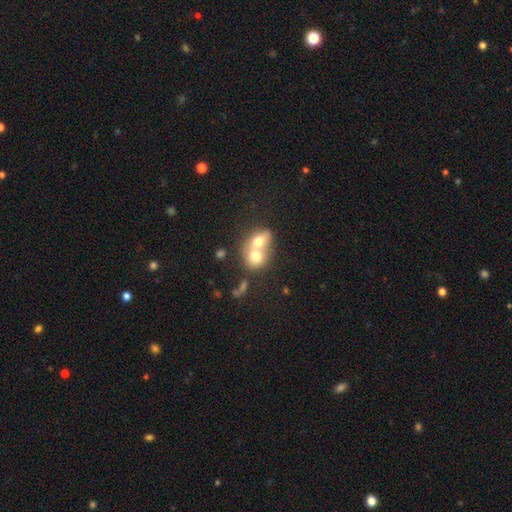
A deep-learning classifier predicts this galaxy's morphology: smooth 68%, featured or disk 23%, star or artifact 9%. Down the decision tree: how rounded — round (58%); merging — merger (75%).